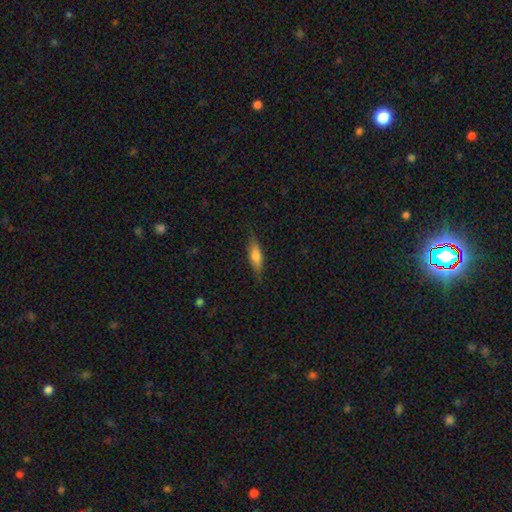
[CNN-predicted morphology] Smooth or featured? smooth (72%)
How rounded? in between (55%)
Merging? none (80%)